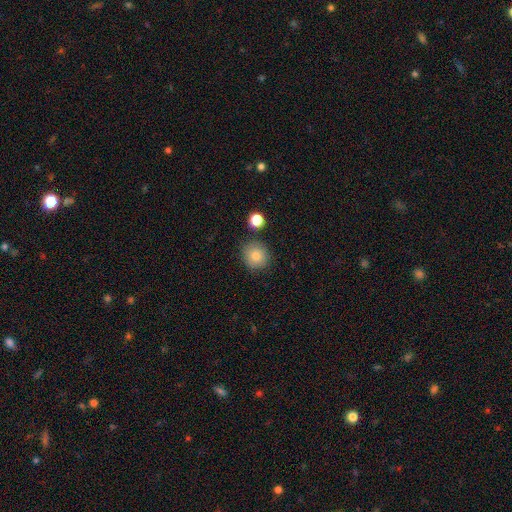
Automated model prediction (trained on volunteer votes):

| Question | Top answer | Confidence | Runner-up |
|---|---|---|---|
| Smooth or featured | smooth | 83% | star or artifact (10%) |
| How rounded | round | 90% | in between (9%) |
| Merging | none | 84% | minor disturbance (10%) |